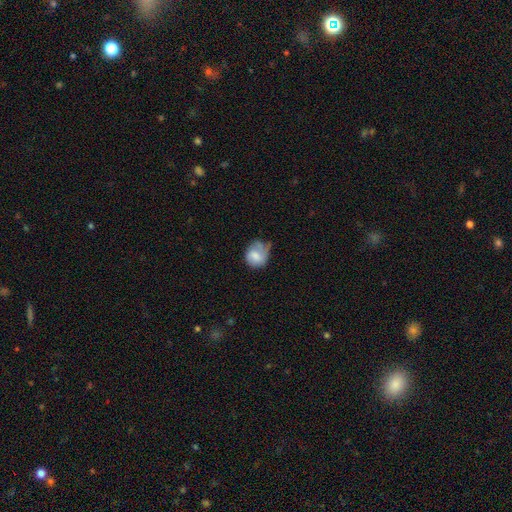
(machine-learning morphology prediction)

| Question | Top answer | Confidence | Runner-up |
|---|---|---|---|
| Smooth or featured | smooth | 65% | featured or disk (27%) |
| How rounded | round | 62% | in between (37%) |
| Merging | minor disturbance | 38% | none (34%) |